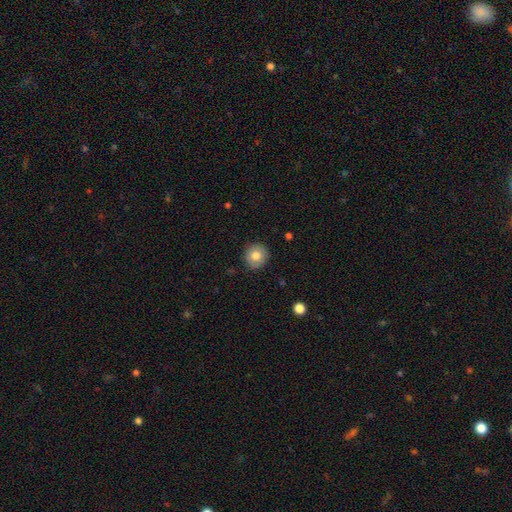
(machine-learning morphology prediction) Smooth or featured?
  - smooth: 79% *
  - featured or disk: 13%
  - star or artifact: 8%
How rounded?
  - round: 91% *
  - in between: 8%
  - cigar-shaped: 1%
Merging?
  - none: 89% *
  - minor disturbance: 8%
  - major disturbance: 2%
  - merger: 1%